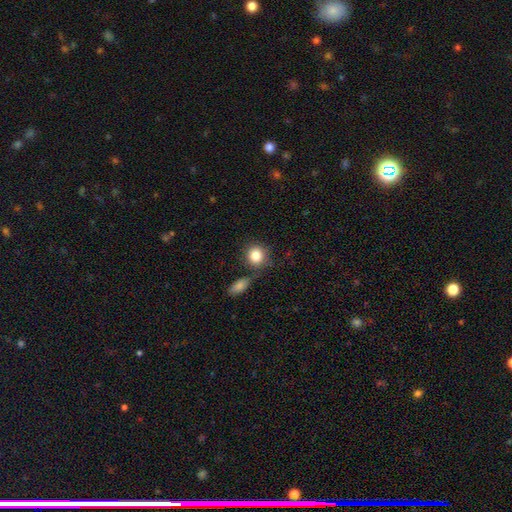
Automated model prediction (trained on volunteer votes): Smooth or featured?
  - smooth: 84% *
  - star or artifact: 9%
  - featured or disk: 8%
How rounded?
  - round: 83% *
  - in between: 16%
  - cigar-shaped: 1%
Merging?
  - none: 71% *
  - minor disturbance: 13%
  - merger: 13%
  - major disturbance: 4%